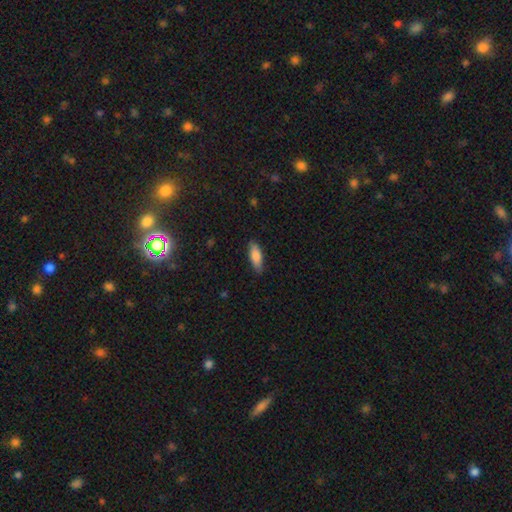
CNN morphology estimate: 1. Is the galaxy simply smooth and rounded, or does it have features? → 83% smooth, 11% featured or disk, 6% star or artifact.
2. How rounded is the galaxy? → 65% in between, 33% cigar-shaped, 2% round.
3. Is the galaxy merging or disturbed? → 83% none, 13% minor disturbance, 2% major disturbance, 1% merger.